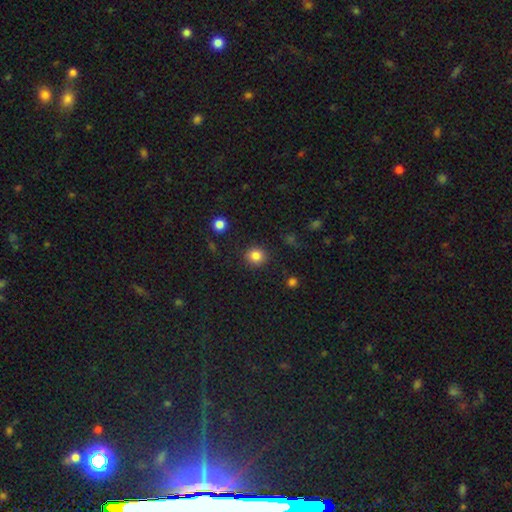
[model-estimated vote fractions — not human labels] Smooth or featured? Predicted: smooth (p=0.85). How rounded? Predicted: round (p=0.89). Merging? Predicted: none (p=0.90).